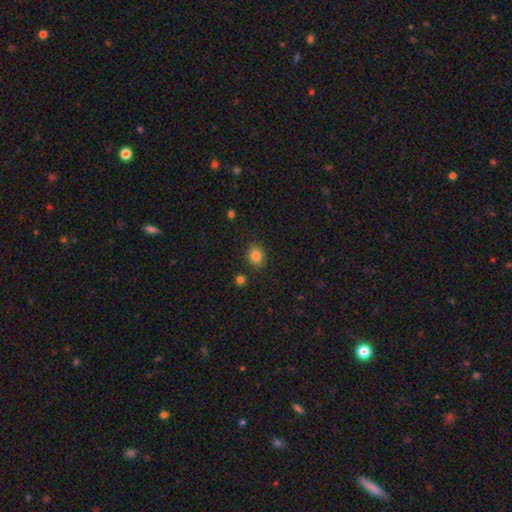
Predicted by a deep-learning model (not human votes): This is clearly a smooth galaxy (84%). How rounded: possibly round (58%). Merging: clearly none (85%).